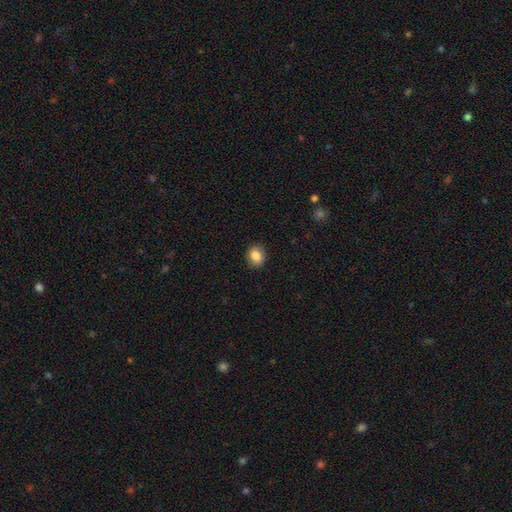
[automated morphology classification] Smooth or featured: smooth — 86% (star or artifact — 9%)
How rounded: round — 60% (in between — 39%)
Merging: none — 88% (minor disturbance — 8%)